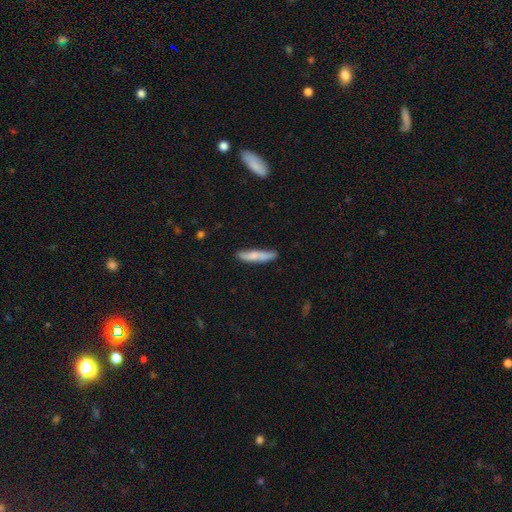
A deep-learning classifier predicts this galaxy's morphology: Smooth or featured? Predicted: smooth (p=0.66). How rounded? Predicted: cigar-shaped (p=0.86). Merging? Predicted: none (p=0.74).